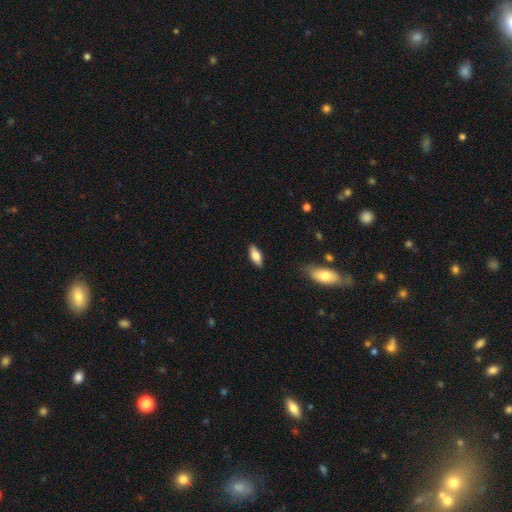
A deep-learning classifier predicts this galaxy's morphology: smooth 76%, featured or disk 18%, star or artifact 6%. Down the decision tree: how rounded — in between (80%); merging — none (85%).